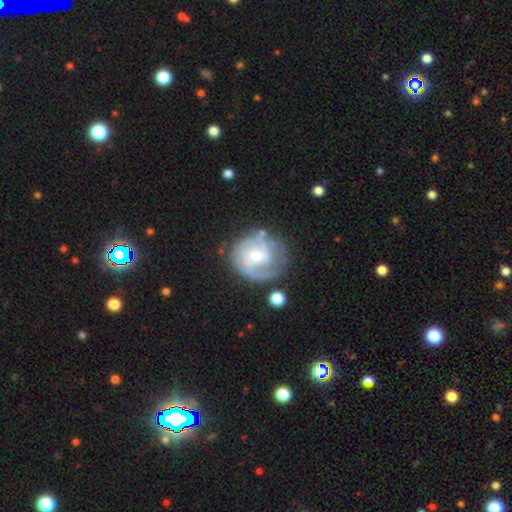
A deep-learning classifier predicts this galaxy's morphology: Smooth or featured?
  - featured or disk: 66% *
  - smooth: 28%
  - star or artifact: 7%
Edge-on disk?
  - no: 97% *
  - yes: 3%
Bar?
  - no: 49% *
  - weak: 42%
  - strong: 9%
Spiral arms?
  - yes: 71% *
  - no: 29%
Bulge size?
  - moderate: 55% *
  - small: 31%
  - large: 8%
  - none: 4%
  - dominant: 1%
Merging?
  - none: 59% *
  - minor disturbance: 21%
  - major disturbance: 14%
  - merger: 6%